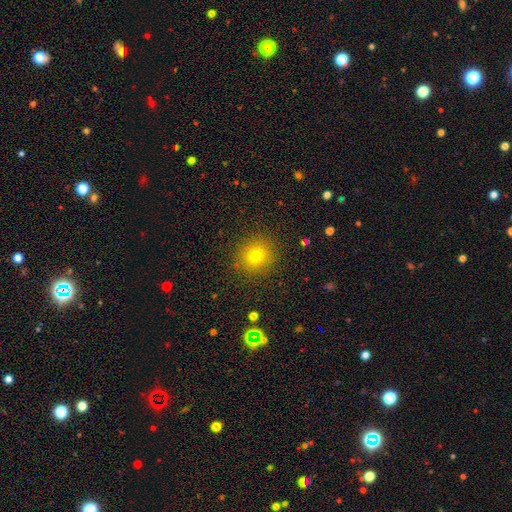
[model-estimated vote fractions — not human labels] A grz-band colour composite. It shows a smooth galaxy with no disk features (77%) that is round (89%). Merging: none (89%).